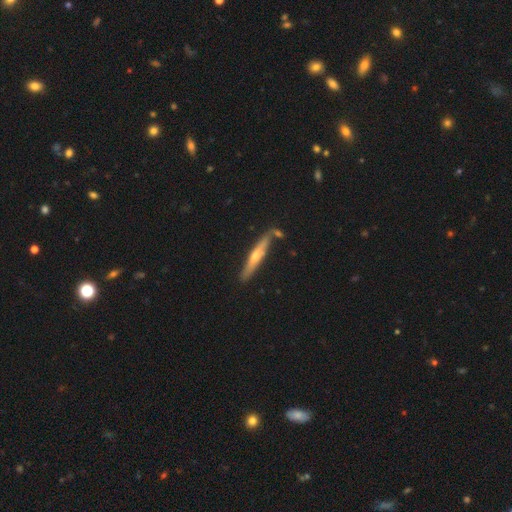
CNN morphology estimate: smooth_or_featured: featured or disk (p=0.60) [alt: smooth p=0.34]
disk_edge_on: yes (p=0.92) [alt: no p=0.08]
edge_on_bulge: rounded (p=0.78) [alt: none p=0.17]
merging: none (p=0.79) [alt: minor disturbance p=0.13]